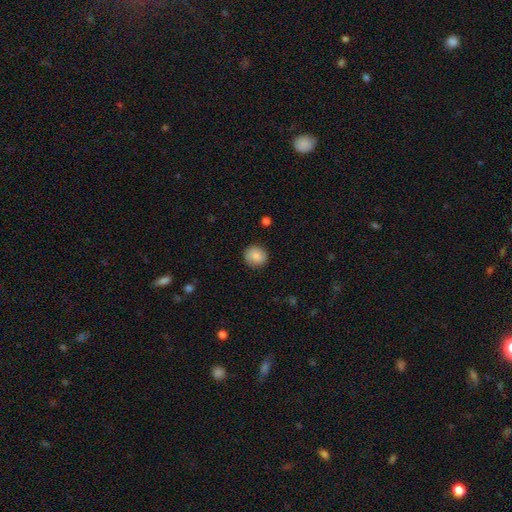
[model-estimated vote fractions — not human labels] smooth_or_featured: smooth (p=0.80) [alt: featured or disk p=0.13]
how_rounded: round (p=0.89) [alt: in between p=0.10]
merging: none (p=0.87) [alt: minor disturbance p=0.10]